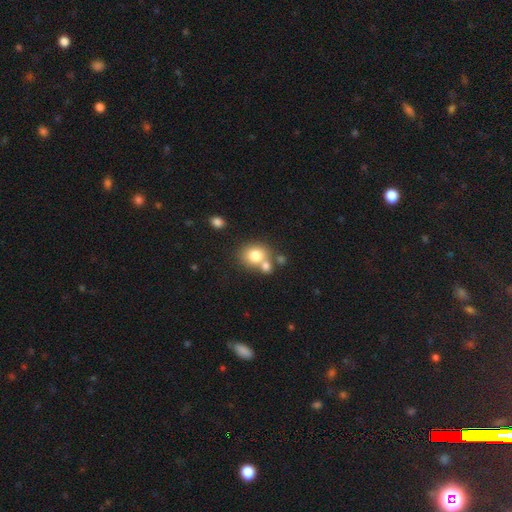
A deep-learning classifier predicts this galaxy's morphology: Smooth or featured? Predicted: smooth (p=0.77). How rounded? Predicted: round (p=0.70). Merging? Predicted: none (p=0.49).